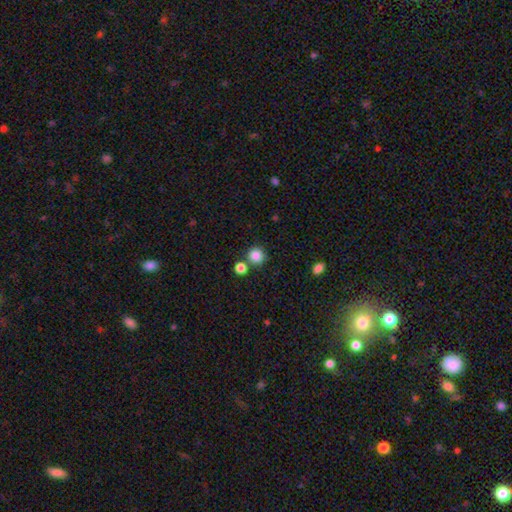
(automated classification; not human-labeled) Q: Smooth or featured?
A: smooth (85%); runner-up: star or artifact (11%)
Q: How rounded?
A: round (92%); runner-up: in between (7%)
Q: Merging?
A: none (74%); runner-up: merger (15%)